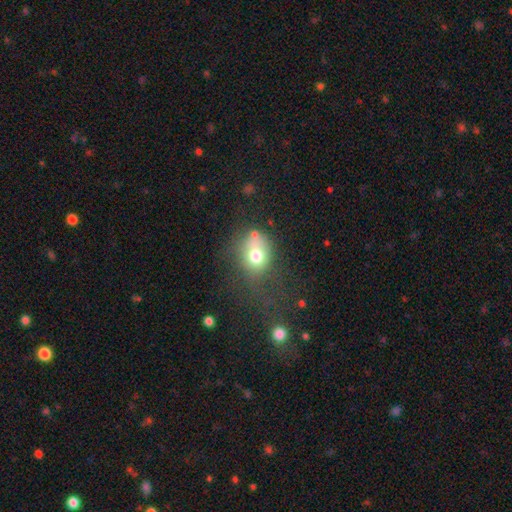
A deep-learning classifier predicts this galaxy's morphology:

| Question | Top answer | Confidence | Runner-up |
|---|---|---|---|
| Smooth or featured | smooth | 72% | featured or disk (16%) |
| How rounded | round | 52% | in between (46%) |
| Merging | none | 44% | minor disturbance (24%) |